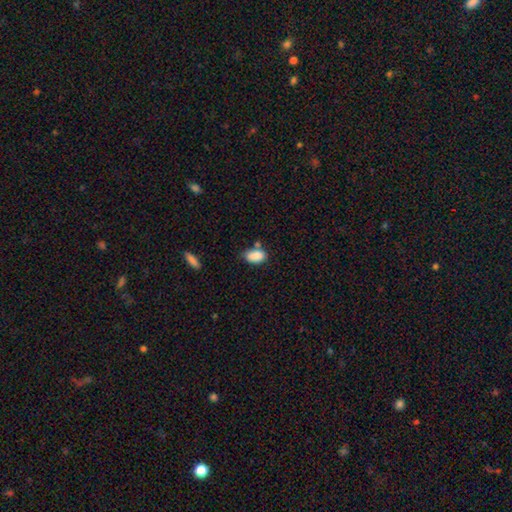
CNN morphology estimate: A smooth galaxy with no disk features (87%) that is in between round and cigar-shaped (89%).

Vote fractions:
- Smooth or featured? smooth: 87% / star or artifact: 8% / featured or disk: 5%
- How rounded? in between: 89% / round: 8% / cigar-shaped: 2%
- Merging? none: 58% / minor disturbance: 22% / merger: 15% / major disturbance: 5%